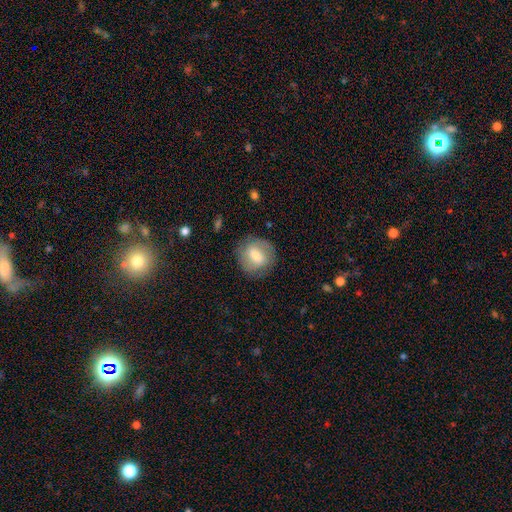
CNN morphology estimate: Smooth or featured? Predicted: smooth (p=0.60). How rounded? Predicted: round (p=0.81). Merging? Predicted: none (p=0.80).